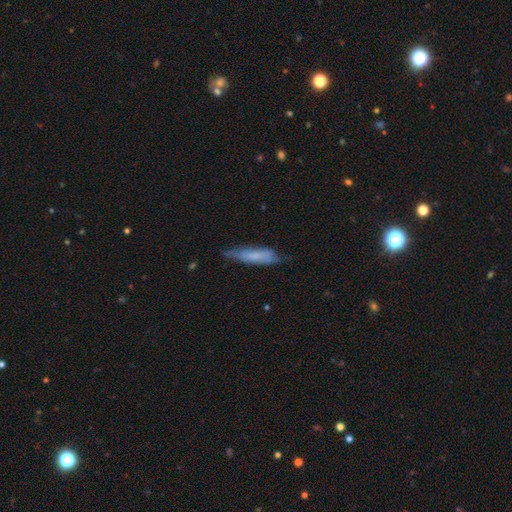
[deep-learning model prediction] smooth-or-featured: smooth: 62% | featured or disk: 30% | star or artifact: 7%
  how-rounded: cigar-shaped: 79% | in between: 19% | round: 2%
  merging: none: 63% | minor disturbance: 28% | major disturbance: 7% | merger: 2%